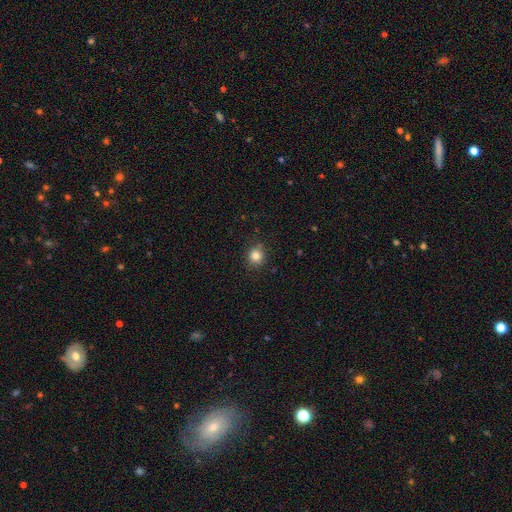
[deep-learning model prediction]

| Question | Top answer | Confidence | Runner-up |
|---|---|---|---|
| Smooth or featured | smooth | 83% | star or artifact (12%) |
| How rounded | round | 86% | in between (13%) |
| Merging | none | 86% | minor disturbance (11%) |